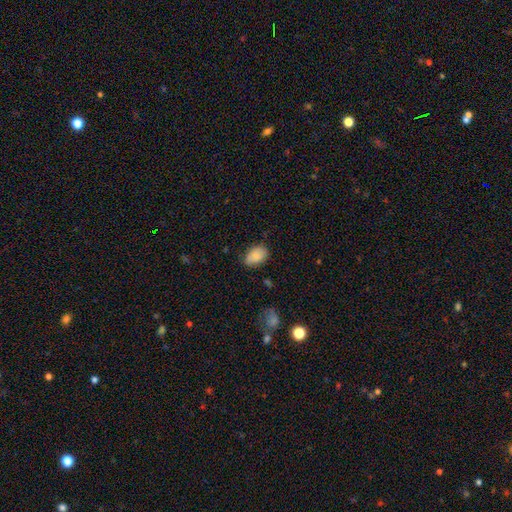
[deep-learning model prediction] smooth_or_featured: smooth (p=0.84) [alt: featured or disk p=0.08]
how_rounded: in between (p=0.86) [alt: round p=0.12]
merging: none (p=0.71) [alt: minor disturbance p=0.23]